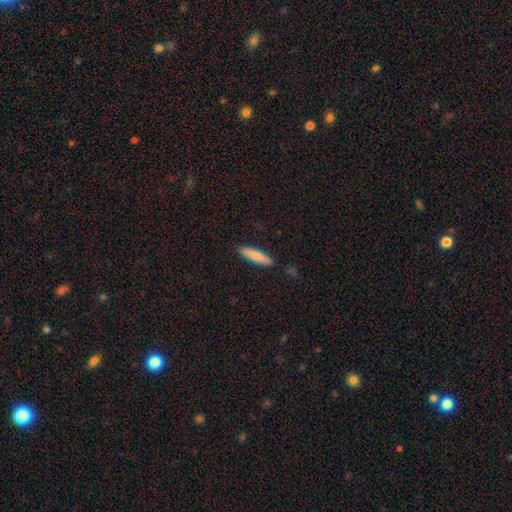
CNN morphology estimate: Smooth or featured? smooth (84%)
How rounded? cigar-shaped (80%)
Merging? none (90%)